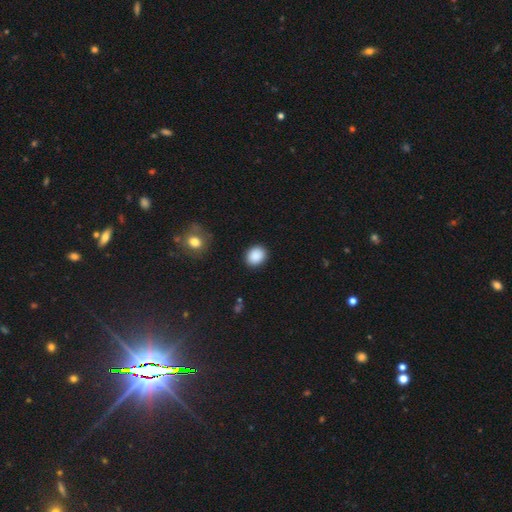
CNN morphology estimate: smooth 89%, star or artifact 8%, featured or disk 3%. Down the decision tree: how rounded — round (60%); merging — none (89%).